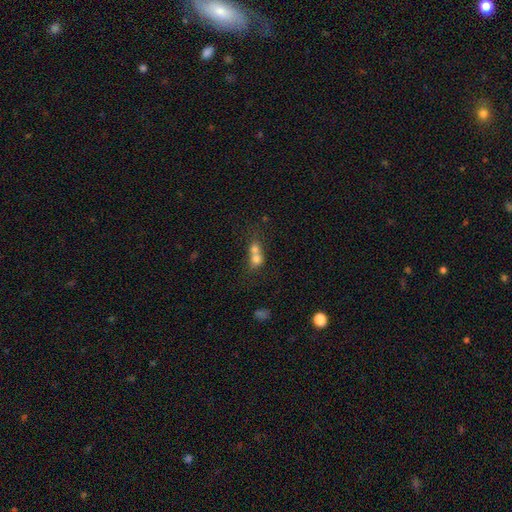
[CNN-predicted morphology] Smooth or featured? smooth (71%)
How rounded? round (67%)
Merging? merger (74%)